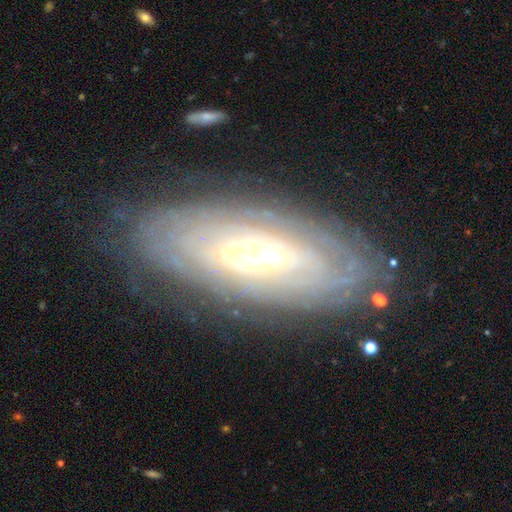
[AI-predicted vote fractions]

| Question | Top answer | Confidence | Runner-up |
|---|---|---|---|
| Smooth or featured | featured or disk | 79% | smooth (15%) |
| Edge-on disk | no | 84% | yes (16%) |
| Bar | no | 50% | weak (32%) |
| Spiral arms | yes | 78% | no (22%) |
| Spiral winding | tight | 81% | medium (14%) |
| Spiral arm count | can't tell | 64% | more than 4 (11%) |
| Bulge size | moderate | 61% | large (19%) |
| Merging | none | 80% | minor disturbance (13%) |